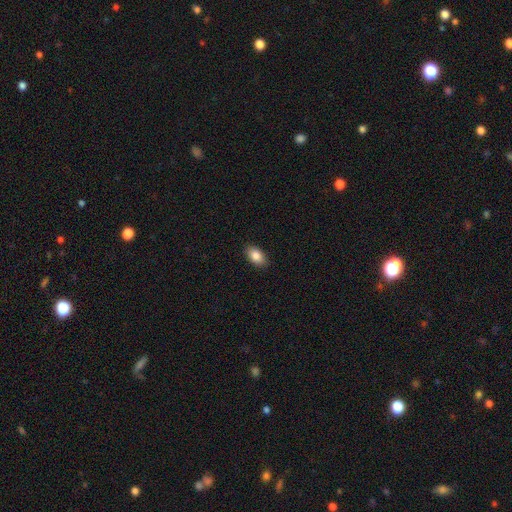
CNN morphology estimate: Smooth or featured?
  - smooth: 86% *
  - star or artifact: 7%
  - featured or disk: 7%
How rounded?
  - in between: 91% *
  - round: 7%
  - cigar-shaped: 2%
Merging?
  - none: 89% *
  - minor disturbance: 8%
  - major disturbance: 2%
  - merger: 1%